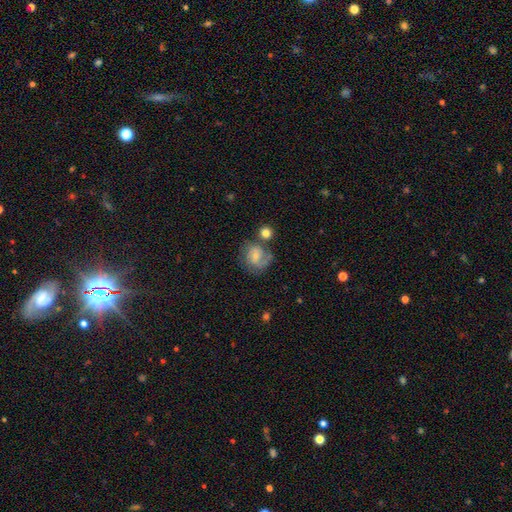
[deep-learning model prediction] Smooth or featured?
  - featured or disk: 65% *
  - smooth: 27%
  - star or artifact: 8%
Edge-on disk?
  - no: 98% *
  - yes: 2%
Bar?
  - no: 49% *
  - weak: 43%
  - strong: 8%
Spiral arms?
  - yes: 91% *
  - no: 9%
Spiral winding?
  - medium: 45% *
  - tight: 33%
  - loose: 22%
Spiral arm count?
  - 2: 53% *
  - 1: 26%
  - can't tell: 12%
  - 3: 6%
  - 4: 2%
  - more than 4: 2%
Bulge size?
  - small: 57% *
  - moderate: 33%
  - none: 6%
  - large: 3%
  - dominant: 1%
Merging?
  - none: 54% *
  - minor disturbance: 19%
  - major disturbance: 13%
  - merger: 13%